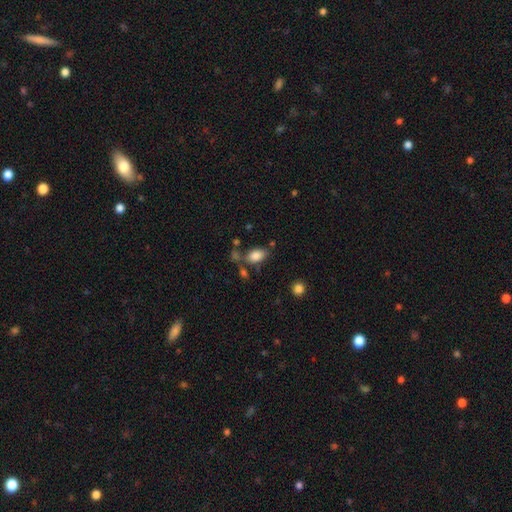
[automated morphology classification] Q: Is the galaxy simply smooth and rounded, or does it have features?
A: smooth — 83%.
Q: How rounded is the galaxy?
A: in between — 89%.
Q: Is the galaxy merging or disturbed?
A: none — 63%.